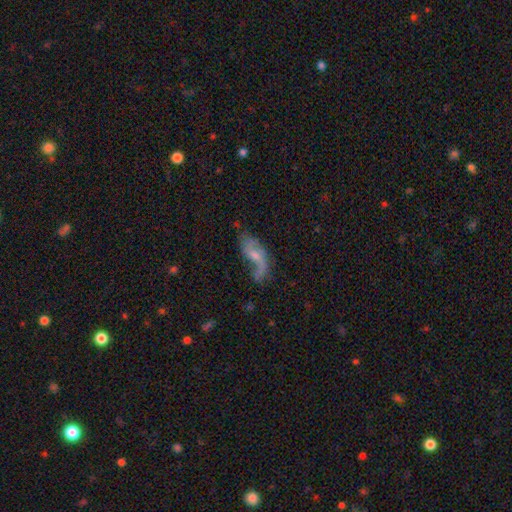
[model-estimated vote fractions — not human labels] Smooth or featured: featured or disk — 72% (smooth — 21%)
Edge-on disk: no — 93% (yes — 7%)
Bar: no — 54% (weak — 37%)
Spiral arms: yes — 87% (no — 13%)
Spiral winding: loose — 80% (medium — 15%)
Spiral arm count: 2 — 72% (1 — 20%)
Bulge size: small — 52% (moderate — 34%)
Merging: none — 45% (major disturbance — 25%)